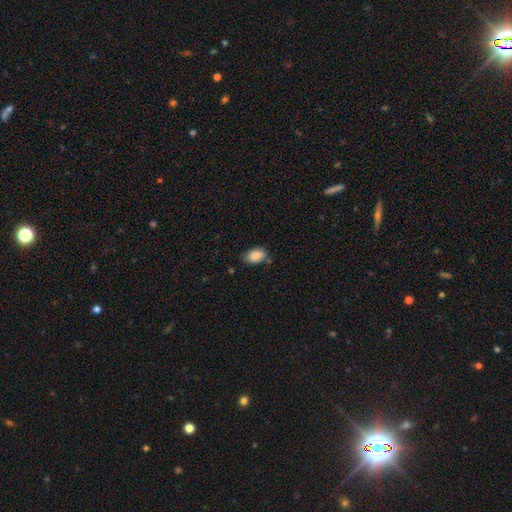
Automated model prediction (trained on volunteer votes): Smooth or featured? Predicted: smooth (p=0.87). How rounded? Predicted: in between (p=0.88). Merging? Predicted: none (p=0.69).